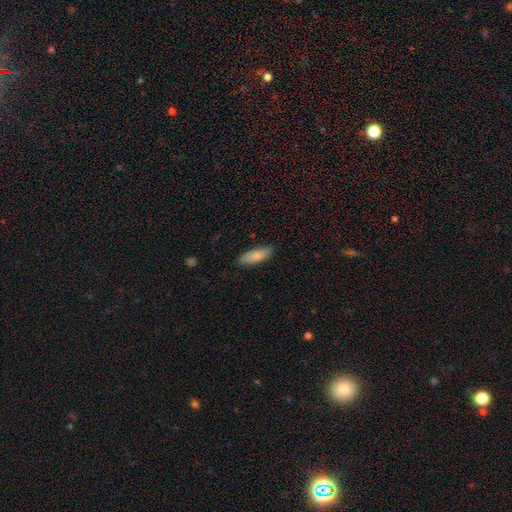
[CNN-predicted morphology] type=smooth (83%); roundness=in between (68%); merging=none (85%).